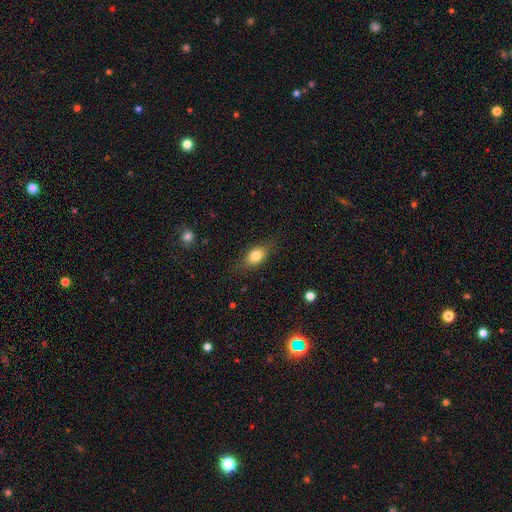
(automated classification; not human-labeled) smooth-or-featured: smooth: 76% | featured or disk: 16% | star or artifact: 8%
  how-rounded: in between: 76% | round: 15% | cigar-shaped: 8%
  merging: none: 77% | minor disturbance: 17% | major disturbance: 5% | merger: 1%